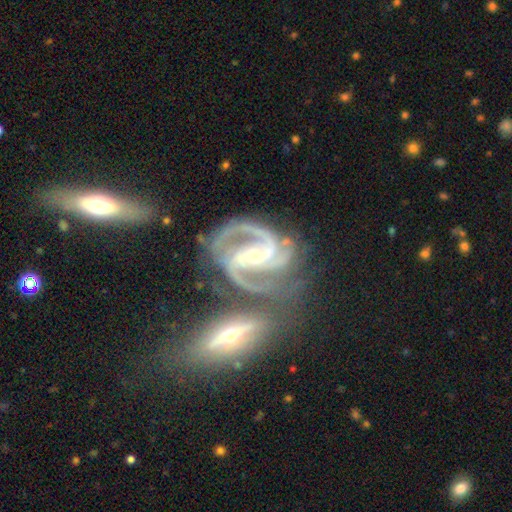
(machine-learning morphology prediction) A featured or disk galaxy (93%) with a strong bar (41%), 2 (42%, tied with 3) medium (59%) spiral arms (99%) and a small central bulge (63%). Merging: none (46%).